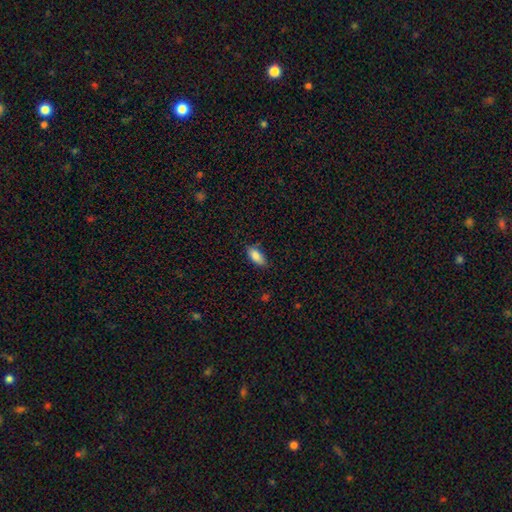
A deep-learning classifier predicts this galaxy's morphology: Q: Smooth or featured?
A: smooth (86%); runner-up: featured or disk (7%)
Q: How rounded?
A: in between (86%); runner-up: cigar-shaped (12%)
Q: Merging?
A: none (76%); runner-up: minor disturbance (19%)